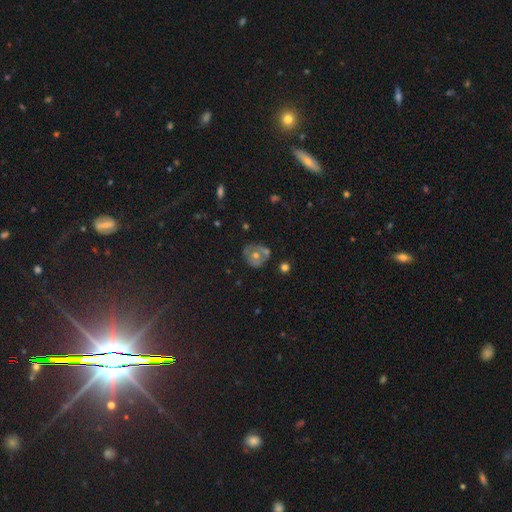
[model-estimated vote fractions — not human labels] smooth-or-featured: featured or disk: 45% | smooth: 40% | star or artifact: 15%
  merging: none: 65% | minor disturbance: 21% | major disturbance: 8% | merger: 6%